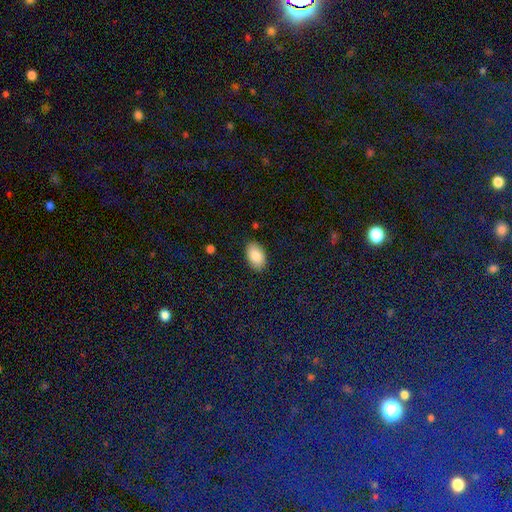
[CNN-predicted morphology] Overall: smooth (87%). How rounded: in between (94%). Merging: none (87%).